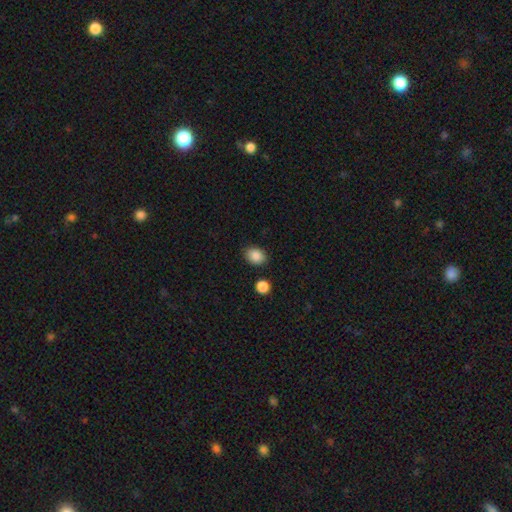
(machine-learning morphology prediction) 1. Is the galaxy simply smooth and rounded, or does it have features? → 88% smooth, 8% star or artifact, 4% featured or disk.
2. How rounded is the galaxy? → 64% in between, 35% round, 1% cigar-shaped.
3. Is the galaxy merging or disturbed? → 84% none, 11% minor disturbance, 3% merger, 3% major disturbance.